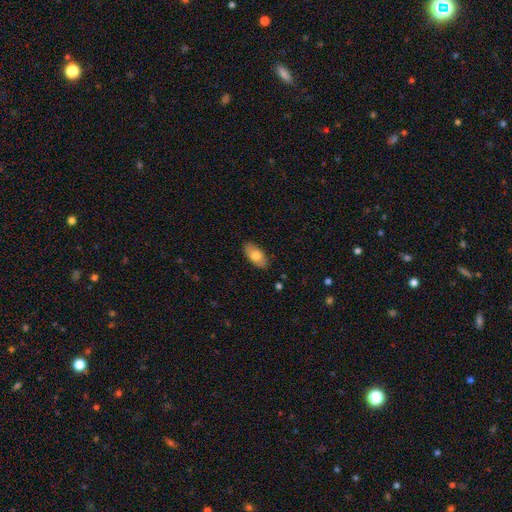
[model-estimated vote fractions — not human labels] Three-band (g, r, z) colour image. It shows a smooth galaxy with no disk features (74%) that is in between round and cigar-shaped (93%). Merging: none (87%).